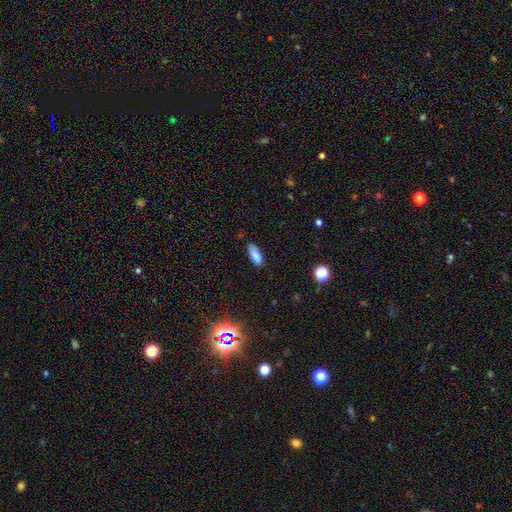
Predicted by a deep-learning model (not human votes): A smooth galaxy with no disk features (84%) that is in between round and cigar-shaped (77%).

Vote fractions:
- Smooth or featured? smooth: 84% / star or artifact: 9% / featured or disk: 7%
- How rounded? in between: 77% / cigar-shaped: 21% / round: 2%
- Merging? none: 76% / minor disturbance: 19% / major disturbance: 3% / merger: 2%